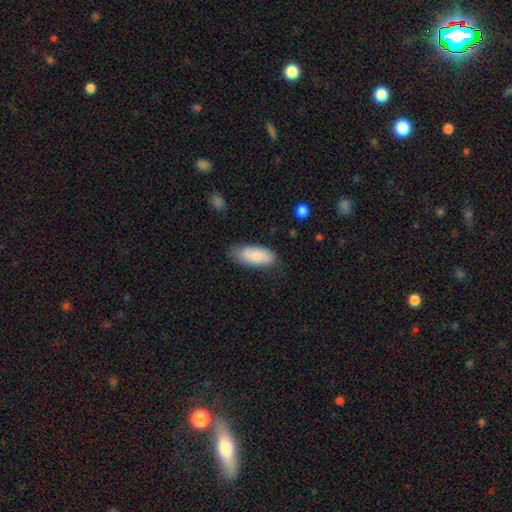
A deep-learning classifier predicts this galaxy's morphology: Smooth or featured? Predicted: smooth (p=0.78). How rounded? Predicted: in between (p=0.88). Merging? Predicted: none (p=0.72).